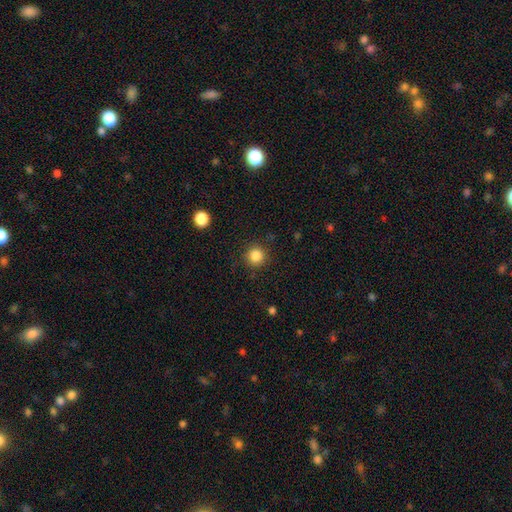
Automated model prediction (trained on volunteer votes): A smooth galaxy with no disk features (85%) that is round (94%).

Vote fractions:
- Smooth or featured? smooth: 85% / star or artifact: 11% / featured or disk: 4%
- How rounded? round: 94% / in between: 5% / cigar-shaped: 1%
- Merging? none: 89% / minor disturbance: 7% / major disturbance: 3% / merger: 1%